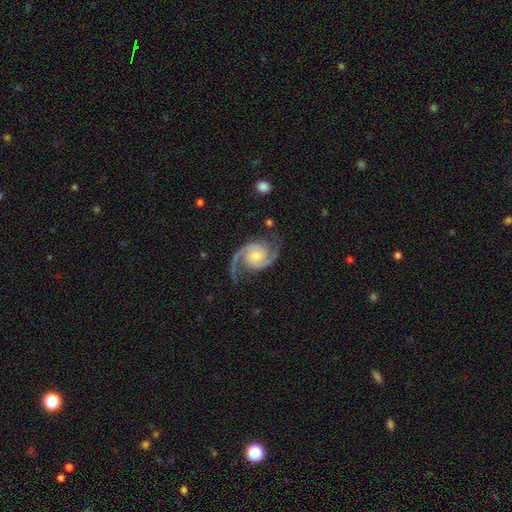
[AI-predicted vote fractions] A featured or disk galaxy (93%) with no bar (67%), 2 (94%) medium (59%) spiral arms (98%) and a moderate central bulge (47%). Merging: none (78%).